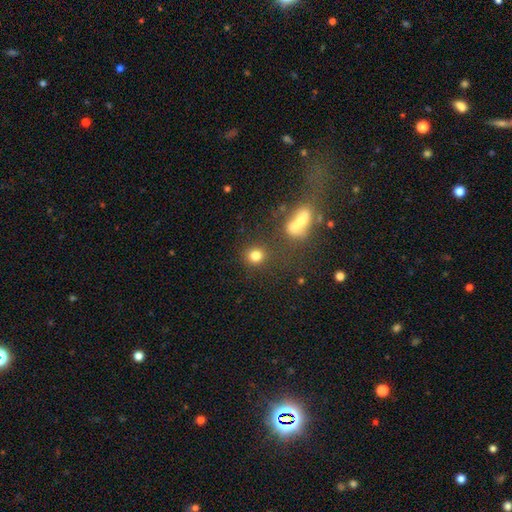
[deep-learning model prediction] This is likely a smooth galaxy (80%). How rounded: clearly round (84%). Merging: likely none (76%).